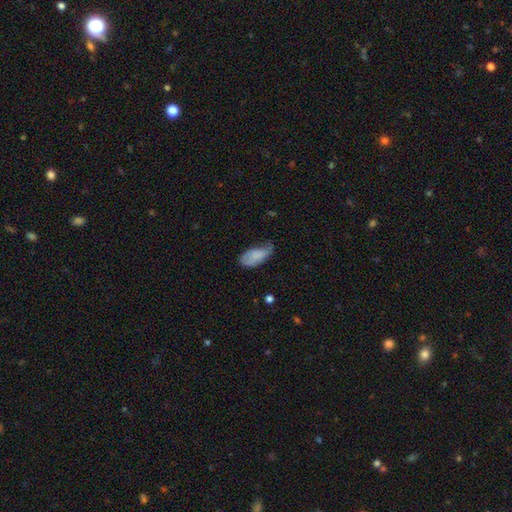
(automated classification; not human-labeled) The model was most divided on "merging": minor disturbance: 44%, none: 34%, major disturbance: 19%, merger: 2%. More confident: how rounded — in between (92%); smooth or featured — smooth (75%).